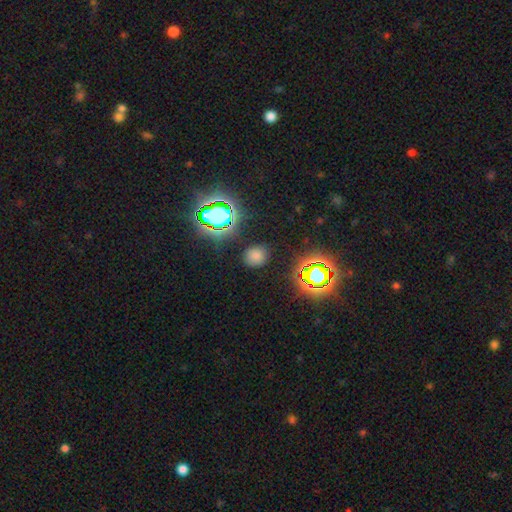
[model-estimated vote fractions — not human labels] This is likely a smooth galaxy (68%). How rounded: likely round (77%). Merging: clearly none (85%).